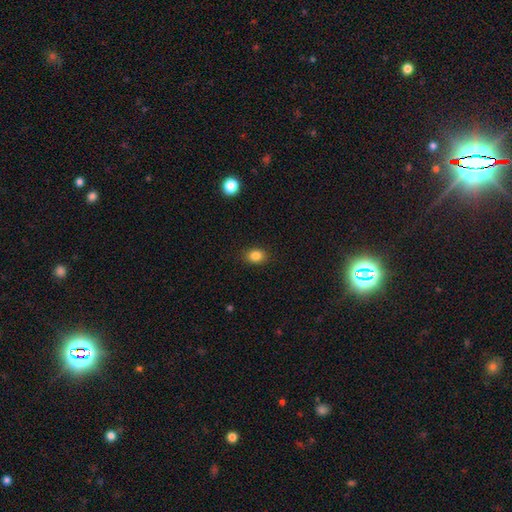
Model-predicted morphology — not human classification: Overall: smooth (84%). How rounded: in between (52%; round 47%). Merging: none (89%).